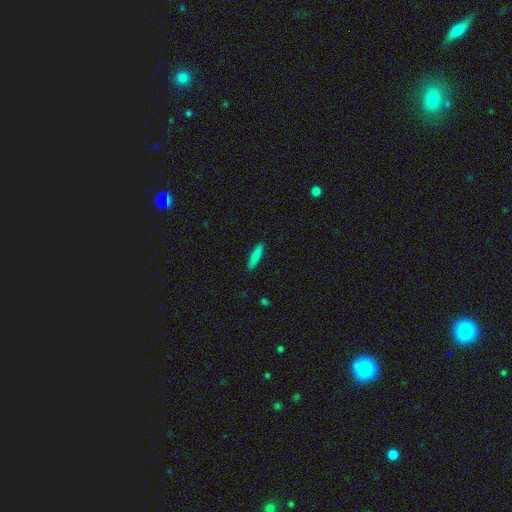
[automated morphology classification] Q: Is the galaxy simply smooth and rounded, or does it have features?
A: smooth — 85%.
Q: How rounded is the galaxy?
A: cigar-shaped — 82%.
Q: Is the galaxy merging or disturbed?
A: none — 89%.